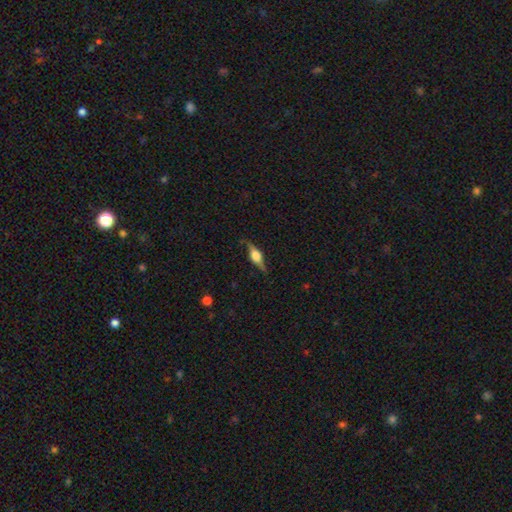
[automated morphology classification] The model was most divided on "smooth or featured": featured or disk: 71%, smooth: 22%, star or artifact: 7%. More confident: edge-on disk — yes (95%); edge-on bulge — rounded (89%); merging — none (81%).